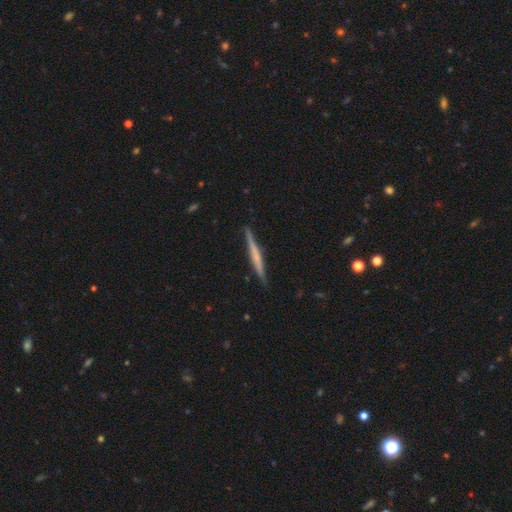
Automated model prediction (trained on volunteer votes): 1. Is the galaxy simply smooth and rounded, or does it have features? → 57% featured or disk, 38% smooth, 6% star or artifact.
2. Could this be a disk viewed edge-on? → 97% yes, 3% no.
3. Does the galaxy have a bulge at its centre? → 65% none, 24% rounded, 11% boxy.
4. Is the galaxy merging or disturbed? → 89% none, 8% minor disturbance, 1% major disturbance, 1% merger.